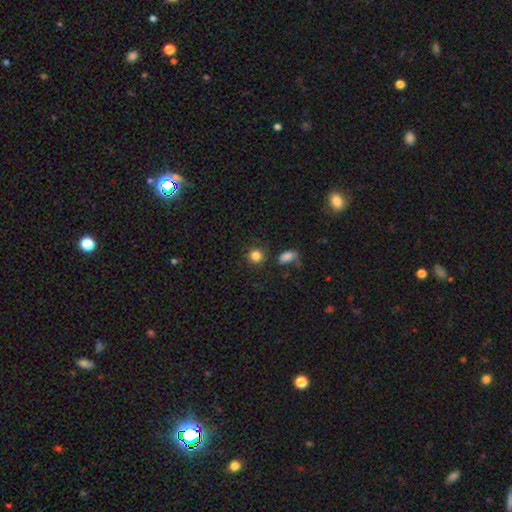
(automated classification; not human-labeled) smooth 84%, star or artifact 11%, featured or disk 5%. Down the decision tree: how rounded — round (88%); merging — none (82%).